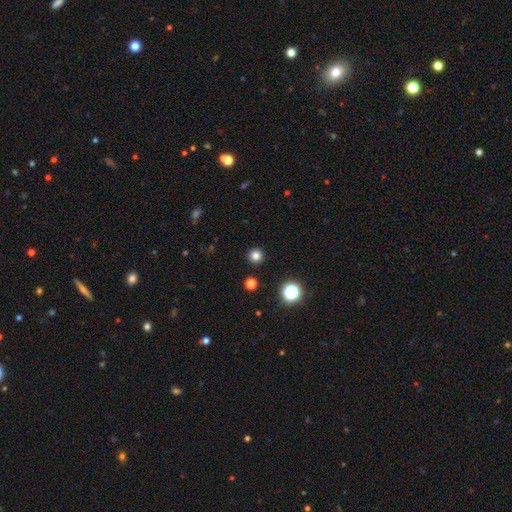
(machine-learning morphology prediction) A smooth galaxy with no disk features (80%) that is round (96%). Merging: none (93%).